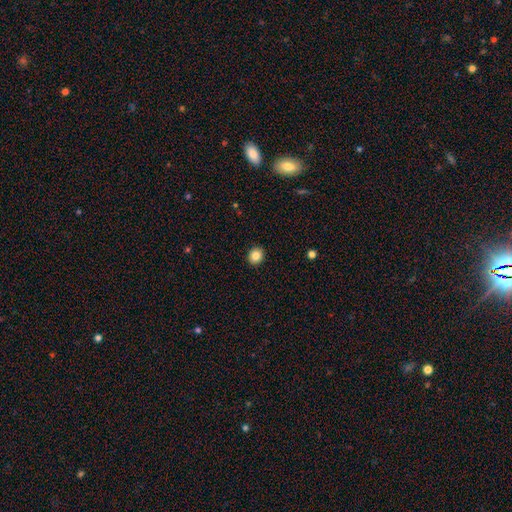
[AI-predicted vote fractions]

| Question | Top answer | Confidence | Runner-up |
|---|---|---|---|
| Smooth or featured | smooth | 84% | star or artifact (10%) |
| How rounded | round | 78% | in between (21%) |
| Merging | none | 92% | minor disturbance (5%) |